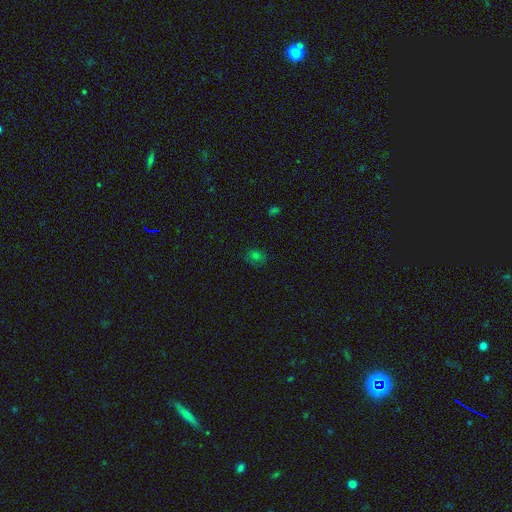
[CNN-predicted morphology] This is likely a smooth galaxy (67%). How rounded: likely round (62%). Merging: likely none (78%).